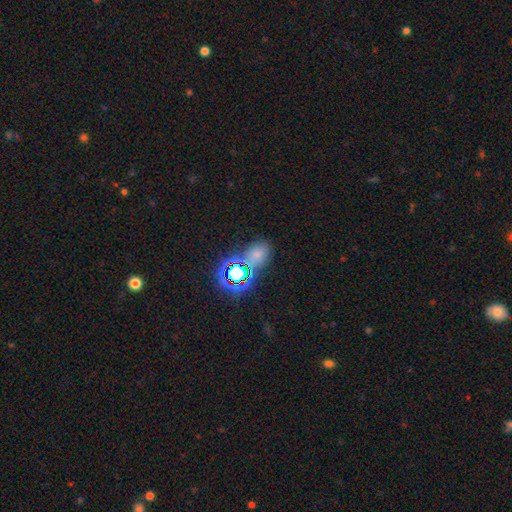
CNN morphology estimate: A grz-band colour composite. It shows a smooth galaxy with no disk features (55%) that is in between round and cigar-shaped (71%). Merging: none (66%).